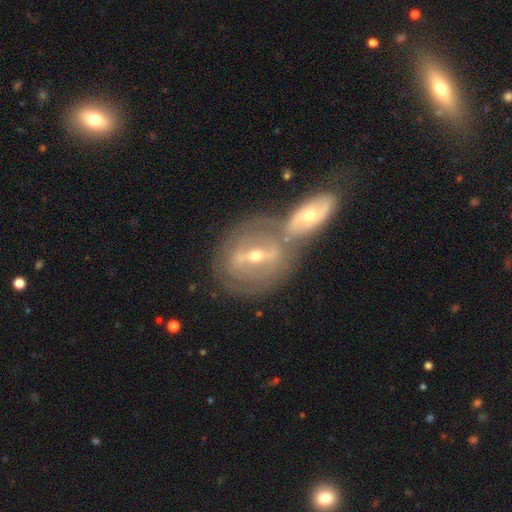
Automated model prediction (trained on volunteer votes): This is likely a featured or disk galaxy (75%). It is clearly not viewed edge-on (86%). Bar: likely strong (60%). Spiral arm pattern: possibly no (51%). Central bulge: possibly moderate (55%). Merging: marginally merger (43%).